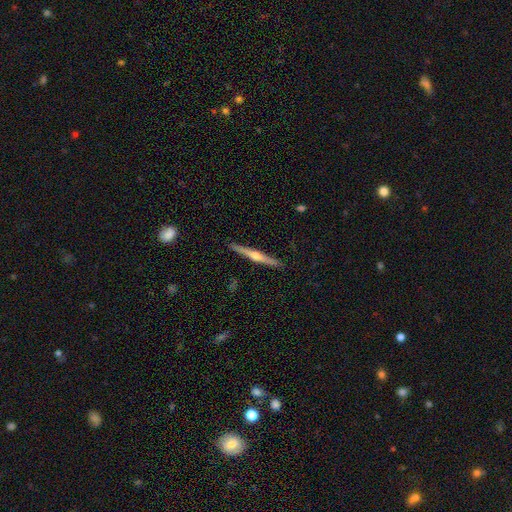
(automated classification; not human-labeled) Smooth or featured? featured or disk (75%)
Edge-on disk? yes (98%)
Edge-on bulge? rounded (90%)
Merging? none (92%)